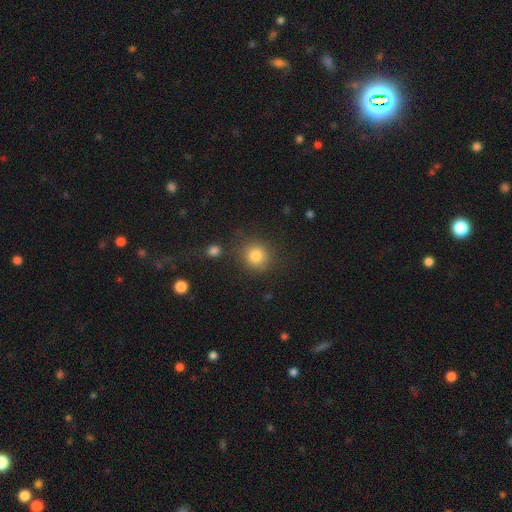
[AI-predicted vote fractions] Smooth or featured? Predicted: smooth (p=0.82). How rounded? Predicted: round (p=0.87). Merging? Predicted: none (p=0.82).